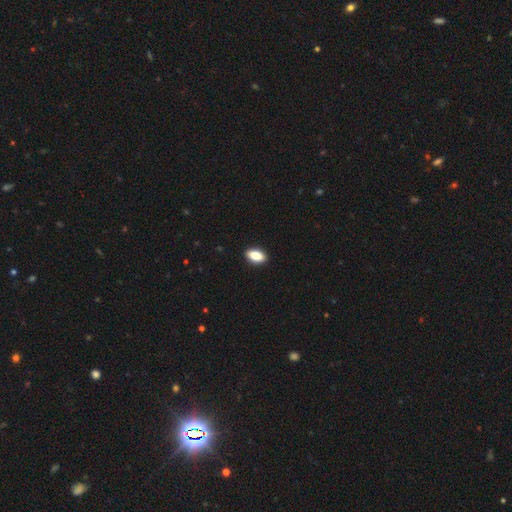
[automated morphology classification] type=smooth (84%); roundness=in between (89%); merging=none (91%).